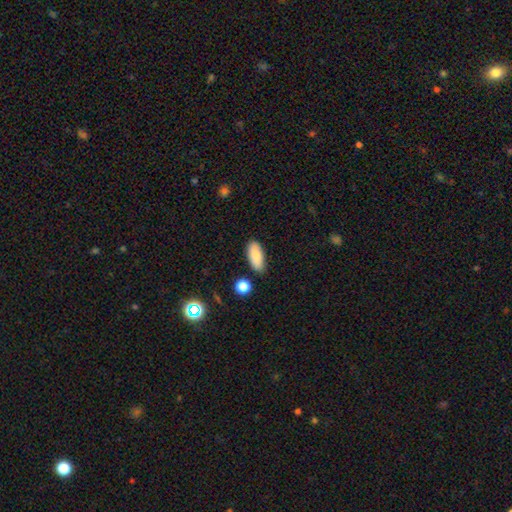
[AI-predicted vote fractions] Morphology: type=smooth (86%); roundness=in between (85%); merging=none (83%).